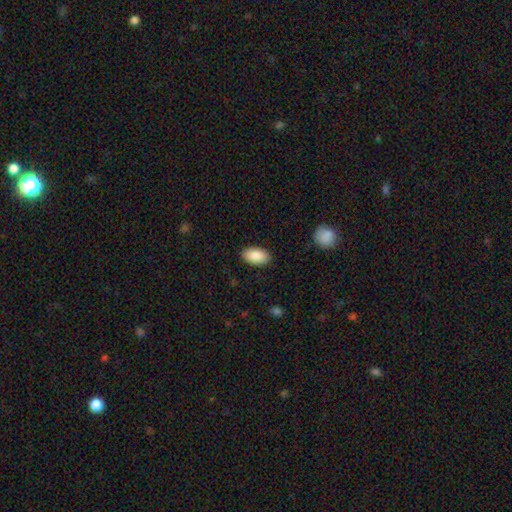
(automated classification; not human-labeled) Smooth or featured? Predicted: smooth (p=0.89). How rounded? Predicted: in between (p=0.95). Merging? Predicted: none (p=0.88).